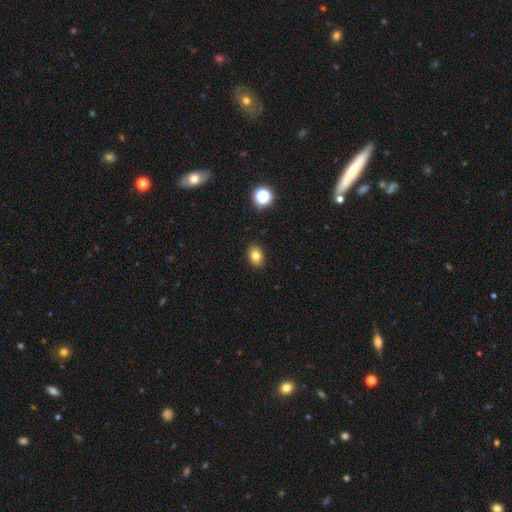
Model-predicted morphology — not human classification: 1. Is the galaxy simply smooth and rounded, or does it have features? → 79% smooth, 11% star or artifact, 9% featured or disk.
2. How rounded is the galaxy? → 75% in between, 24% round, 1% cigar-shaped.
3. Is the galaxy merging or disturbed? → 90% none, 7% minor disturbance, 2% major disturbance, 1% merger.